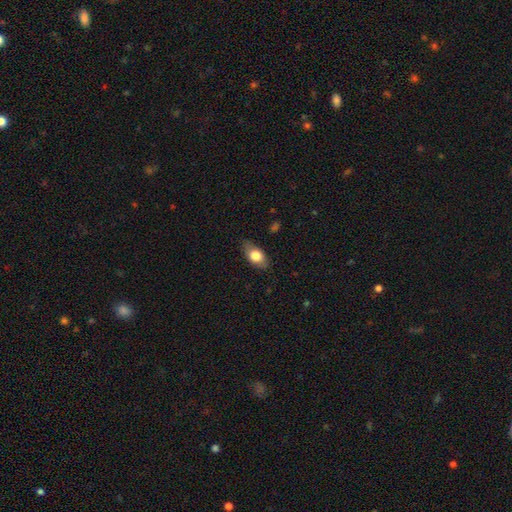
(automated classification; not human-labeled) smooth_or_featured: smooth (p=0.75) [alt: featured or disk p=0.18]
how_rounded: in between (p=0.87) [alt: round p=0.08]
merging: none (p=0.78) [alt: minor disturbance p=0.17]